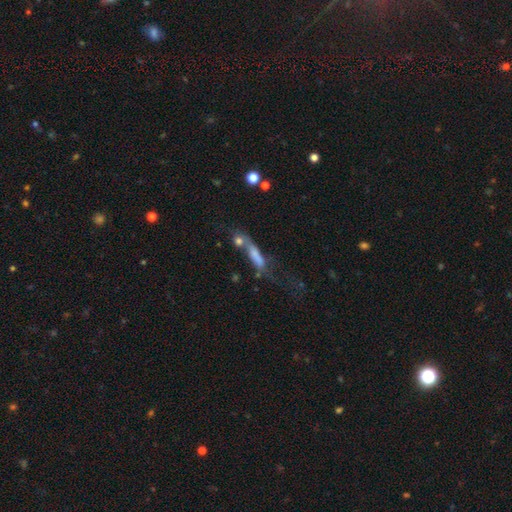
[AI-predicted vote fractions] smooth-or-featured: smooth: 60% | featured or disk: 28% | star or artifact: 12%
  how-rounded: cigar-shaped: 66% | in between: 29% | round: 5%
  merging: merger: 36% | major disturbance: 25% | none: 24% | minor disturbance: 15%